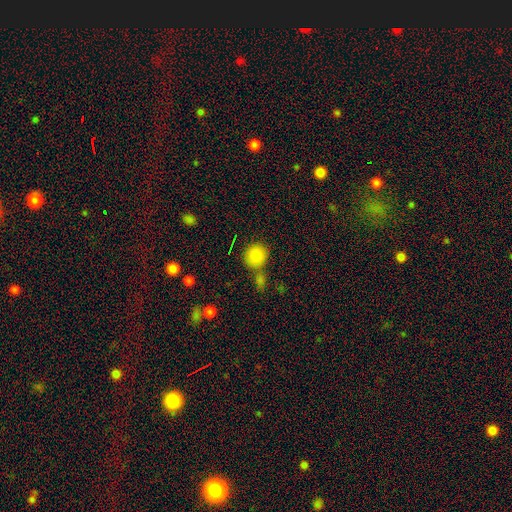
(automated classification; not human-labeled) smooth-or-featured: smooth: 84% | star or artifact: 10% | featured or disk: 6%
  how-rounded: round: 87% | in between: 12% | cigar-shaped: 1%
  merging: none: 65% | merger: 22% | minor disturbance: 9% | major disturbance: 3%